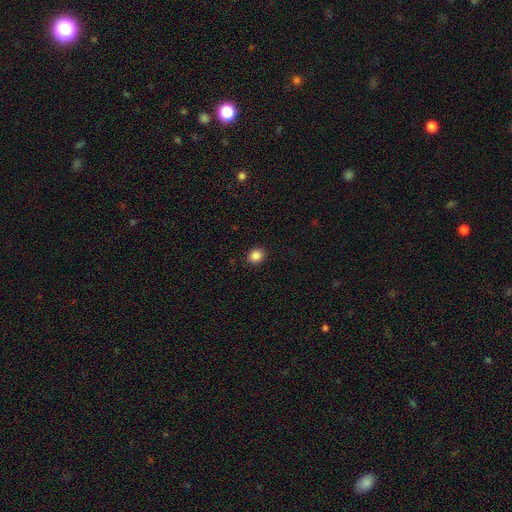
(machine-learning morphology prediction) This appears to be a smooth galaxy with no disk features (87%) that is round (64%). Merging: none (91%).